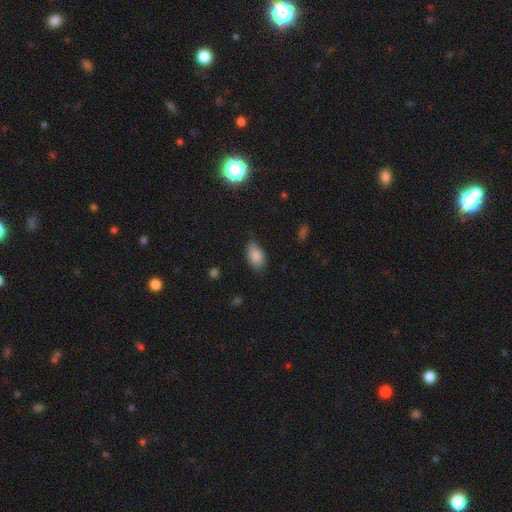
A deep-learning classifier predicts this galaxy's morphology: smooth-or-featured: smooth: 86% | star or artifact: 8% | featured or disk: 6%
  how-rounded: in between: 91% | round: 8% | cigar-shaped: 2%
  merging: none: 70% | minor disturbance: 24% | major disturbance: 4% | merger: 1%